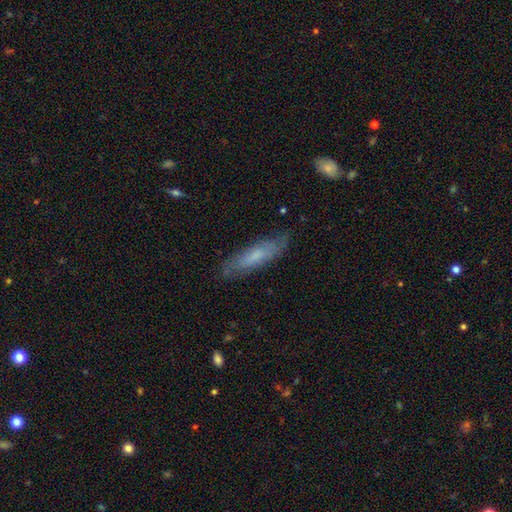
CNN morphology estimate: Smooth or featured?
  - smooth: 56% *
  - featured or disk: 38%
  - star or artifact: 7%
How rounded?
  - cigar-shaped: 66% *
  - in between: 33%
  - round: 2%
Merging?
  - none: 78% *
  - minor disturbance: 17%
  - major disturbance: 4%
  - merger: 1%